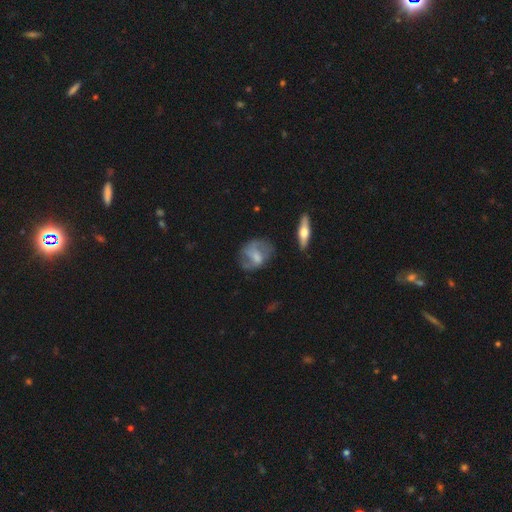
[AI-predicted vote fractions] Q: Smooth or featured?
A: featured or disk (55%); runner-up: smooth (37%)
Q: Edge-on disk?
A: no (93%); runner-up: yes (7%)
Q: Bar?
A: weak (42%); runner-up: no (40%)
Q: Spiral arms?
A: yes (66%); runner-up: no (34%)
Q: Bulge size?
A: none (32%); runner-up: moderate (29%)
Q: Merging?
A: none (57%); runner-up: minor disturbance (25%)